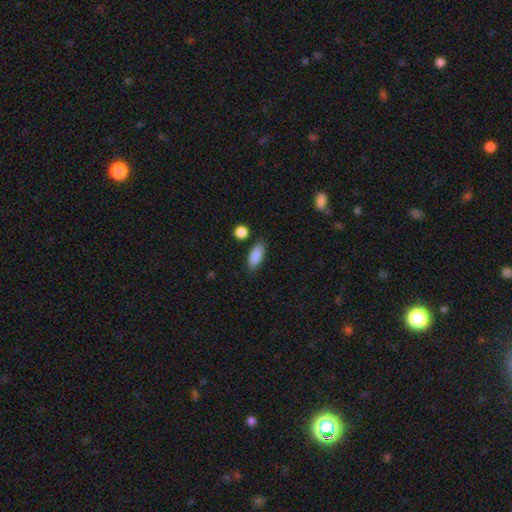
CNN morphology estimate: A smooth galaxy with no disk features (88%) that is in between round and cigar-shaped (80%). Merging: none (82%).